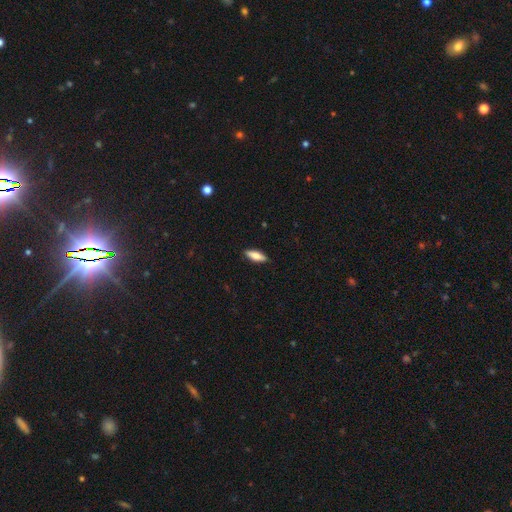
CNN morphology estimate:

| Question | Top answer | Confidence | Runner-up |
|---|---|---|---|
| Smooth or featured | smooth | 69% | featured or disk (25%) |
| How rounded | in between | 56% | cigar-shaped (41%) |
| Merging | none | 88% | minor disturbance (10%) |